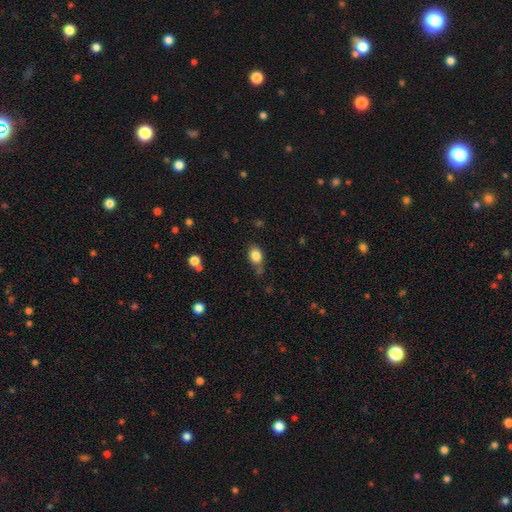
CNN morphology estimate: Q: Smooth or featured?
A: smooth (84%); runner-up: star or artifact (10%)
Q: How rounded?
A: in between (69%); runner-up: round (30%)
Q: Merging?
A: none (63%); runner-up: minor disturbance (24%)